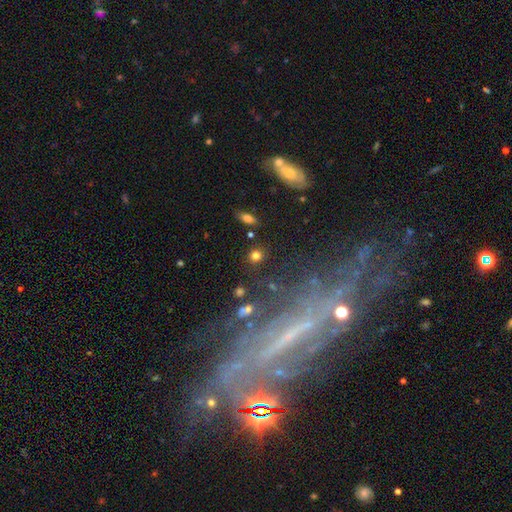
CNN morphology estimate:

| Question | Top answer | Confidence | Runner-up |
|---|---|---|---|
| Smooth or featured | smooth | 77% | star or artifact (14%) |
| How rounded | round | 86% | in between (12%) |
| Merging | none | 85% | minor disturbance (8%) |